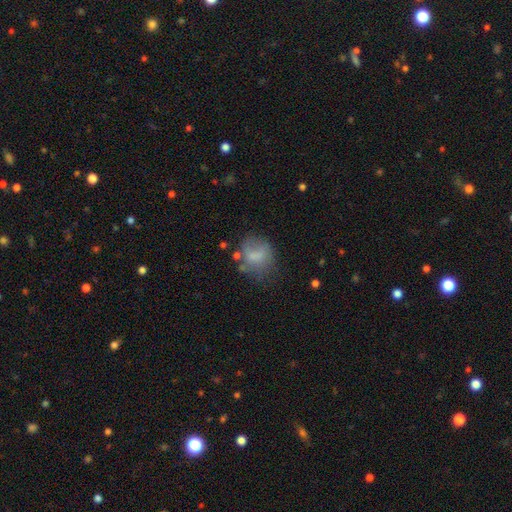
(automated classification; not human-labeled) Smooth or featured? smooth (67%)
How rounded? round (59%)
Merging? none (45%)